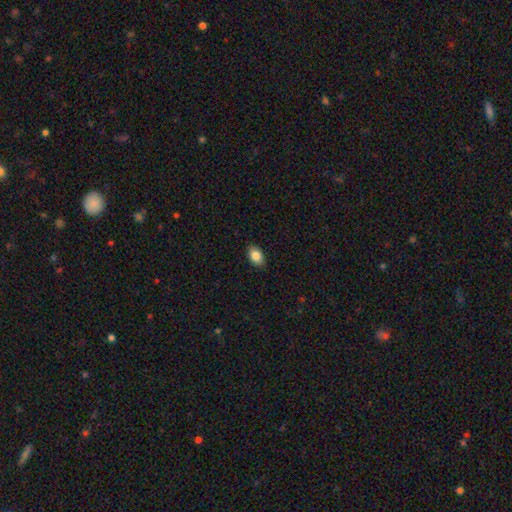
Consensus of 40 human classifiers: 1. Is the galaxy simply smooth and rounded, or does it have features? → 92% smooth, 5% star or artifact, 2% featured or disk.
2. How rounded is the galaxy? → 86% in between, 14% round, 0% cigar-shaped.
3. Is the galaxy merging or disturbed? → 84% none, 8% major disturbance, 5% minor disturbance, 3% merger.